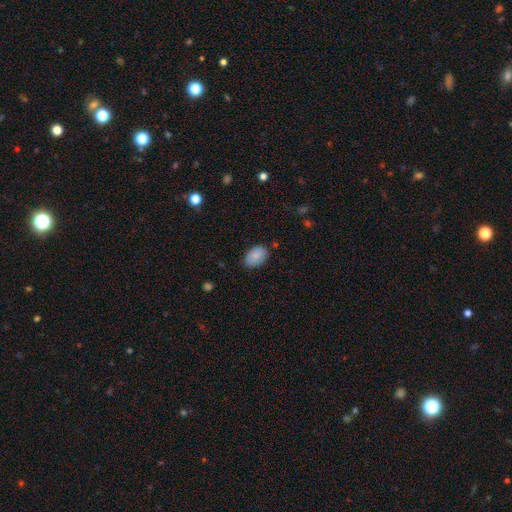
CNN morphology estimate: Smooth or featured? smooth (87%)
How rounded? in between (89%)
Merging? none (83%)